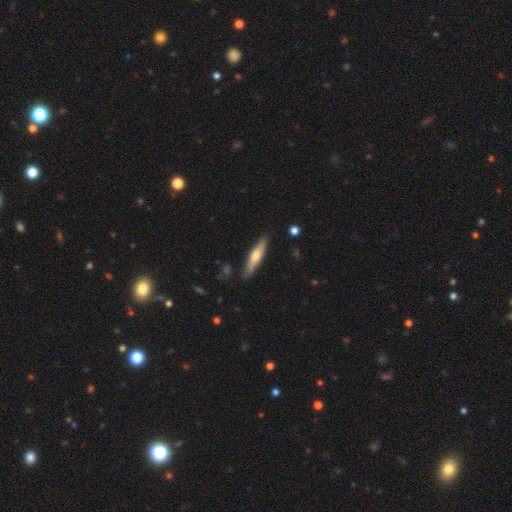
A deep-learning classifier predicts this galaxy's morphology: A smooth galaxy with no disk features (53%) that is cigar-shaped (83%).

Vote fractions:
- Smooth or featured? smooth: 53% / featured or disk: 41% / star or artifact: 5%
- How rounded? cigar-shaped: 83% / in between: 16% / round: 2%
- Merging? none: 86% / minor disturbance: 10% / major disturbance: 2% / merger: 2%